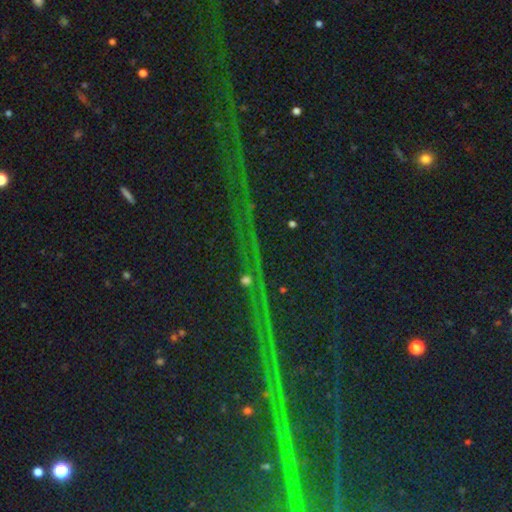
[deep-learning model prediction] This appears to be a star or artifact, not a galaxy (88%).